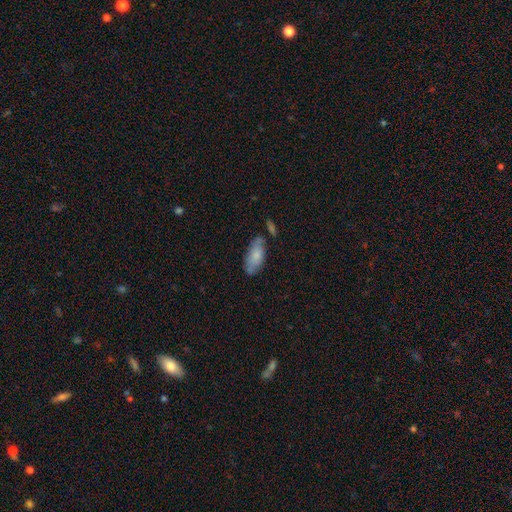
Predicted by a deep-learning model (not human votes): Smooth or featured? Predicted: smooth (p=0.74). How rounded? Predicted: in between (p=0.87). Merging? Predicted: none (p=0.59).